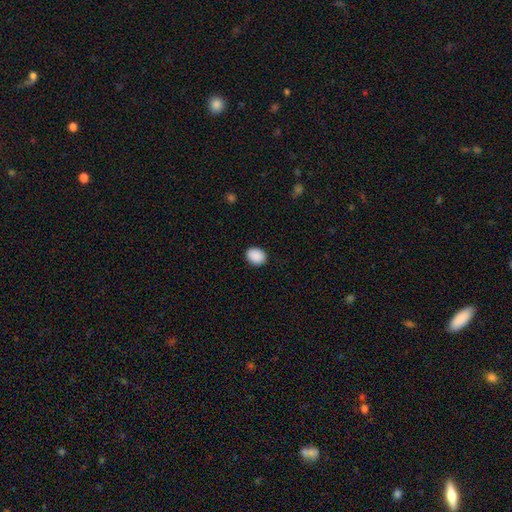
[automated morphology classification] Overall: smooth (90%). How rounded: in between (54%; round 46%). Merging: none (90%).